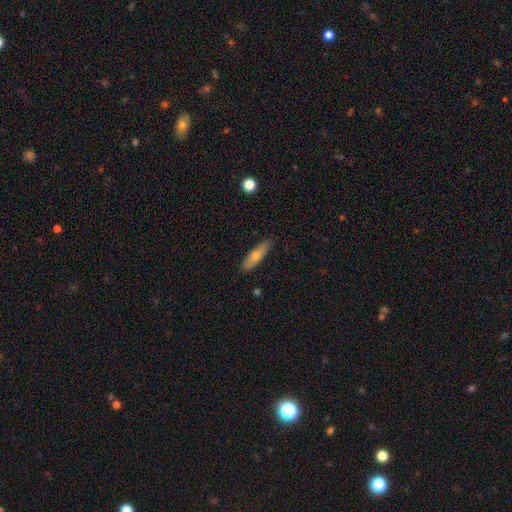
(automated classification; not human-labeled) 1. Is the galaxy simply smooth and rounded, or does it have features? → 59% smooth, 35% featured or disk, 7% star or artifact.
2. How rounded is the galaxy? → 65% cigar-shaped, 33% in between, 3% round.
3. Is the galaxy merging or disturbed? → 87% none, 10% minor disturbance, 2% major disturbance, 1% merger.